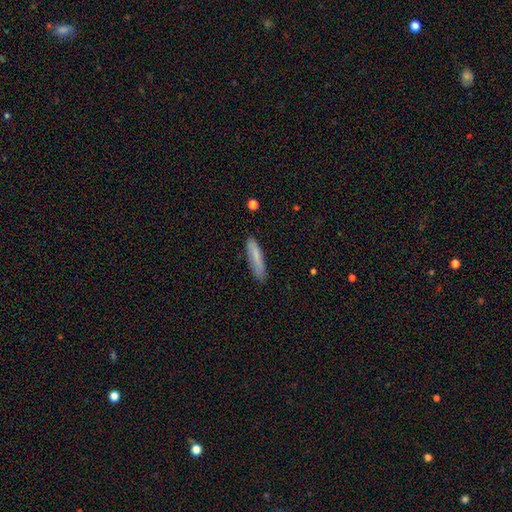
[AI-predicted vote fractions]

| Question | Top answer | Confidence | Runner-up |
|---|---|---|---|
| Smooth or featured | smooth | 80% | featured or disk (14%) |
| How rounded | cigar-shaped | 85% | in between (14%) |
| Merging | none | 83% | minor disturbance (13%) |